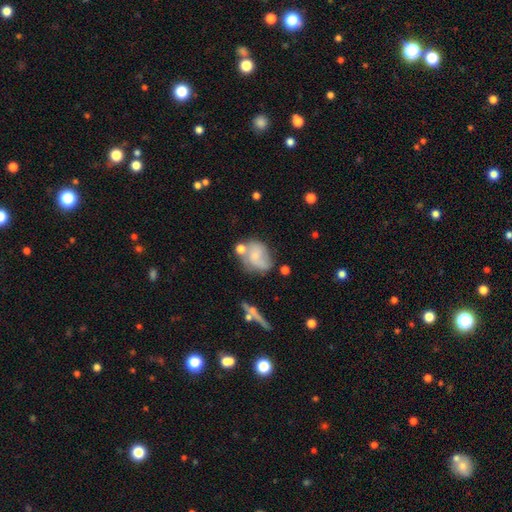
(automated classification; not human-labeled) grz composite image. It shows a featured or disk galaxy (50%). Merging: none (44%).